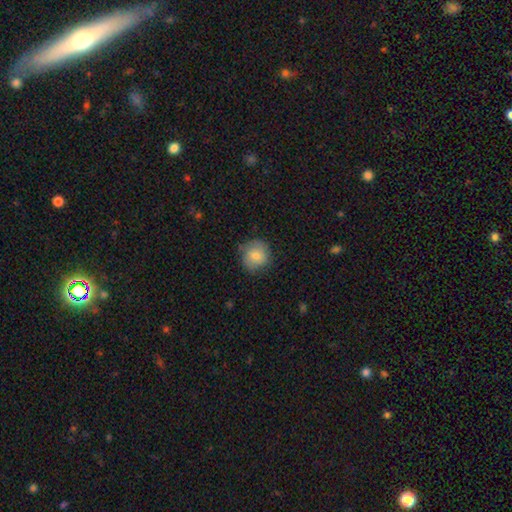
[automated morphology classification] smooth-or-featured: smooth: 77% | featured or disk: 15% | star or artifact: 8%
  how-rounded: round: 89% | in between: 10% | cigar-shaped: 1%
  merging: none: 77% | minor disturbance: 18% | major disturbance: 4% | merger: 1%